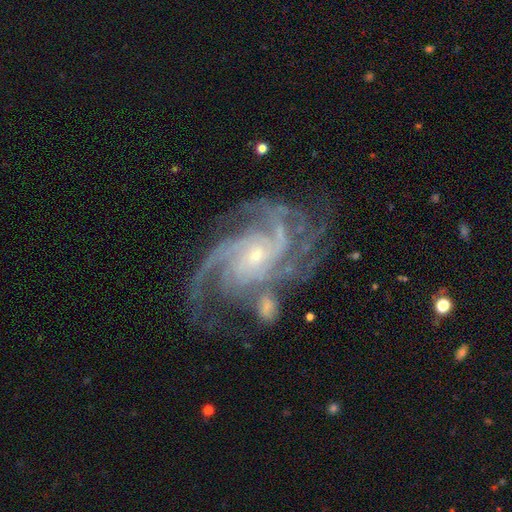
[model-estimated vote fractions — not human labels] Q: Smooth or featured?
A: featured or disk (91%); runner-up: star or artifact (6%)
Q: Edge-on disk?
A: no (97%); runner-up: yes (3%)
Q: Bar?
A: no (63%); runner-up: weak (28%)
Q: Spiral arms?
A: yes (98%); runner-up: no (2%)
Q: Spiral winding?
A: tight (52%); runner-up: medium (41%)
Q: Spiral arm count?
A: 4 (31%); runner-up: 3 (27%)
Q: Bulge size?
A: small (73%); runner-up: moderate (22%)
Q: Merging?
A: none (61%); runner-up: minor disturbance (19%)